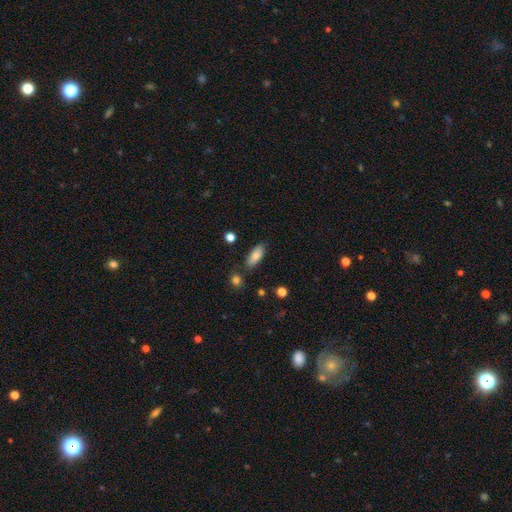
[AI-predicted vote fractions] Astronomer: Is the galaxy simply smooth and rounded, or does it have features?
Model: smooth — 79%.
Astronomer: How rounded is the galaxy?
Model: in between — 78%.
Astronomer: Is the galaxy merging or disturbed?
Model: none — 80%.